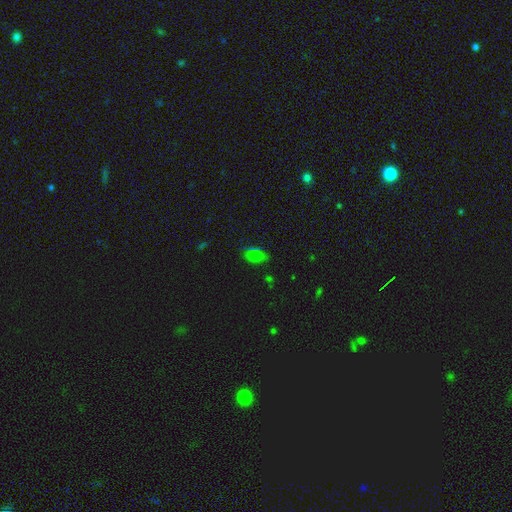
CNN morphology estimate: Smooth or featured?
  - smooth: 61% *
  - star or artifact: 31%
  - featured or disk: 8%
How rounded?
  - in between: 86% *
  - round: 11%
  - cigar-shaped: 3%
Merging?
  - none: 68% *
  - minor disturbance: 22%
  - major disturbance: 7%
  - merger: 3%